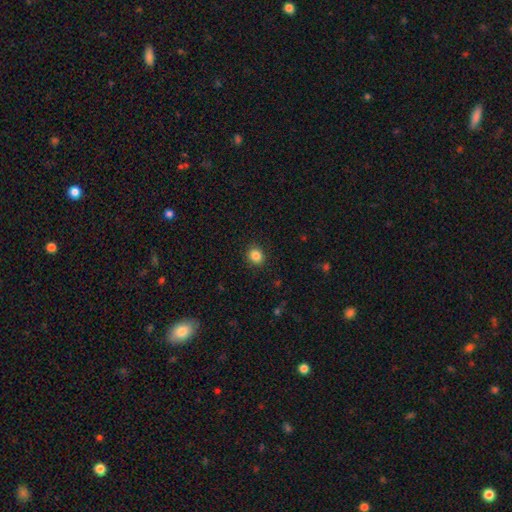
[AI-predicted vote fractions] smooth_or_featured: smooth (p=0.86) [alt: star or artifact p=0.10]
how_rounded: round (p=0.74) [alt: in between p=0.26]
merging: none (p=0.90) [alt: minor disturbance p=0.07]